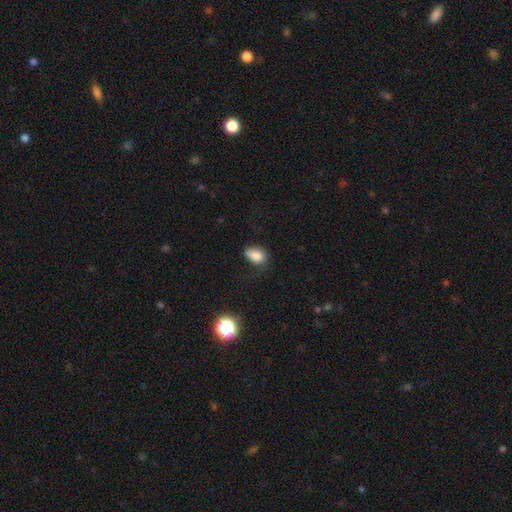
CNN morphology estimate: smooth-or-featured: smooth: 84% | star or artifact: 10% | featured or disk: 6%
  how-rounded: in between: 83% | round: 15% | cigar-shaped: 2%
  merging: none: 59% | minor disturbance: 30% | major disturbance: 9% | merger: 2%